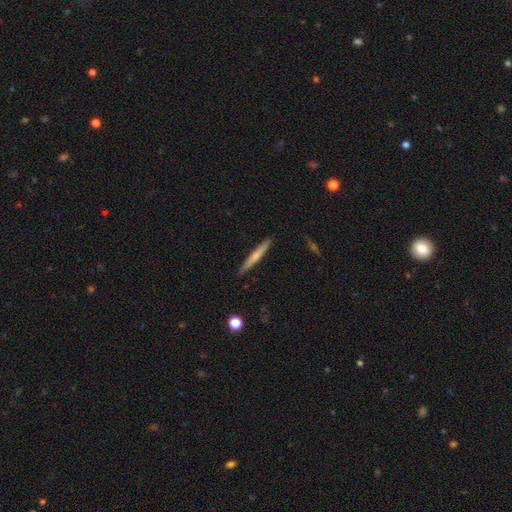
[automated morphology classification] Smooth or featured: smooth — 57% (featured or disk — 38%)
How rounded: cigar-shaped — 95% (in between — 3%)
Merging: none — 91% (minor disturbance — 7%)